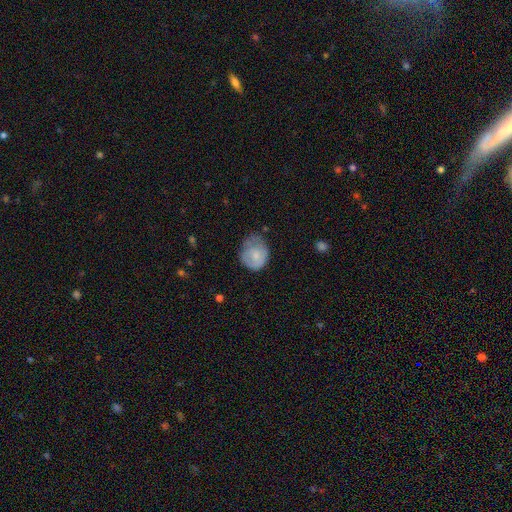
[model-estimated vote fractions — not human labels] A smooth galaxy with no disk features (70%) that is round (61%).

Vote fractions:
- Smooth or featured? smooth: 70% / featured or disk: 23% / star or artifact: 7%
- How rounded? round: 61% / in between: 38% / cigar-shaped: 1%
- Merging? minor disturbance: 40% / none: 39% / major disturbance: 18% / merger: 2%